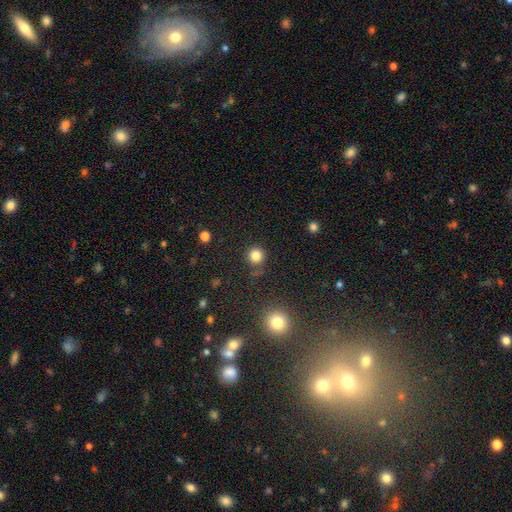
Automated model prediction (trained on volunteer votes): Smooth or featured?
  - smooth: 83% *
  - star or artifact: 13%
  - featured or disk: 4%
How rounded?
  - round: 93% *
  - in between: 6%
  - cigar-shaped: 1%
Merging?
  - none: 86% *
  - minor disturbance: 8%
  - merger: 4%
  - major disturbance: 3%